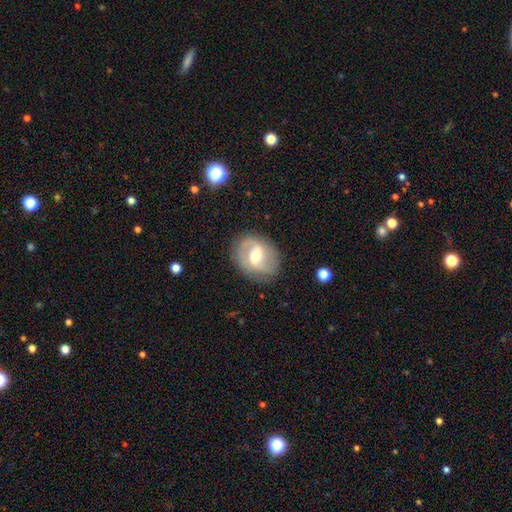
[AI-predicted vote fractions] This is likely a featured or disk galaxy (74%). It is clearly not viewed edge-on (97%). Bar: possibly weak (51%). Spiral arm pattern: clearly yes (85%). Spiral arm count: clearly 2 (84%). Spiral winding: possibly medium (46%). Central bulge: likely moderate (66%). Merging: likely none (80%).